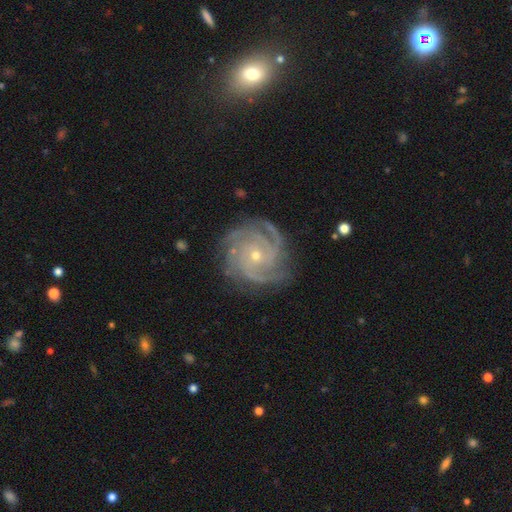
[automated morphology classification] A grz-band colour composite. It shows a featured or disk galaxy (91%) with no bar (77%), 4 (33%) tight (71%) spiral arms (98%) and a small central bulge (70%). Merging: none (80%).